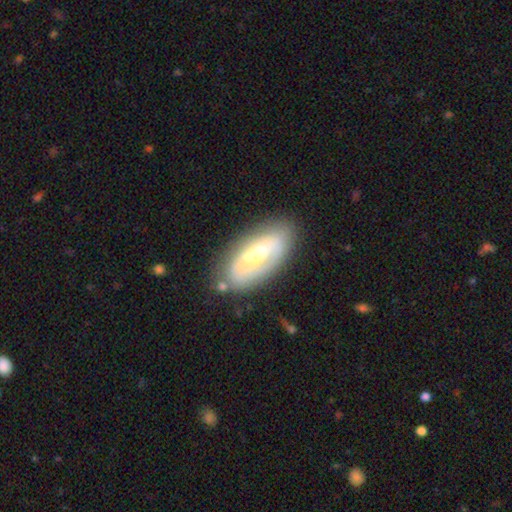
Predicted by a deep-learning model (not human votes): This is possibly a featured or disk galaxy (56%). It is clearly not viewed edge-on (86%). Merging: likely none (71%).